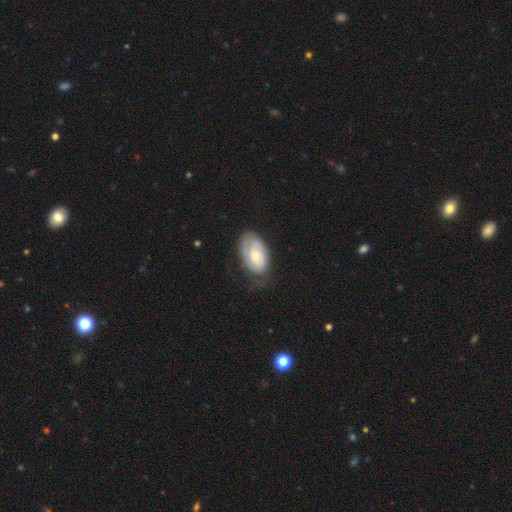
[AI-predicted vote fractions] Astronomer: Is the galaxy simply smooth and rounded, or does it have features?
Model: smooth — 49% (runner-up: featured or disk, 45%).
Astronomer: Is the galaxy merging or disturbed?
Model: none — 55% (runner-up: minor disturbance, 30%).